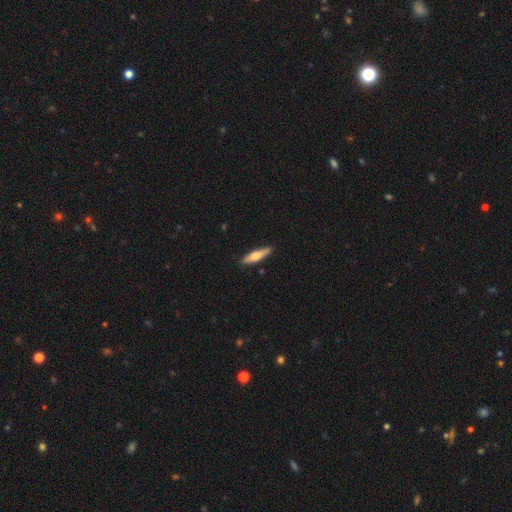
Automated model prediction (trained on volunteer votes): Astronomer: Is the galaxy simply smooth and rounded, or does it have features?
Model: smooth — 57% (runner-up: featured or disk, 38%).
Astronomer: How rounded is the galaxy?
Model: cigar-shaped — 79%.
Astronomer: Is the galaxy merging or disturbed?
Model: none — 89%.